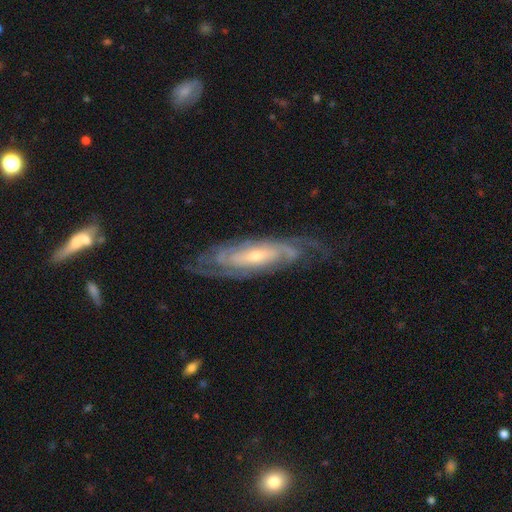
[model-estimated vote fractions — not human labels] Q: Smooth or featured?
A: featured or disk (86%); runner-up: smooth (9%)
Q: Edge-on disk?
A: no (82%); runner-up: yes (18%)
Q: Bar?
A: no (56%); runner-up: weak (31%)
Q: Spiral arms?
A: yes (95%); runner-up: no (5%)
Q: Spiral winding?
A: tight (67%); runner-up: medium (27%)
Q: Spiral arm count?
A: can't tell (40%); runner-up: 2 (28%)
Q: Bulge size?
A: small (58%); runner-up: moderate (37%)
Q: Merging?
A: none (74%); runner-up: minor disturbance (17%)